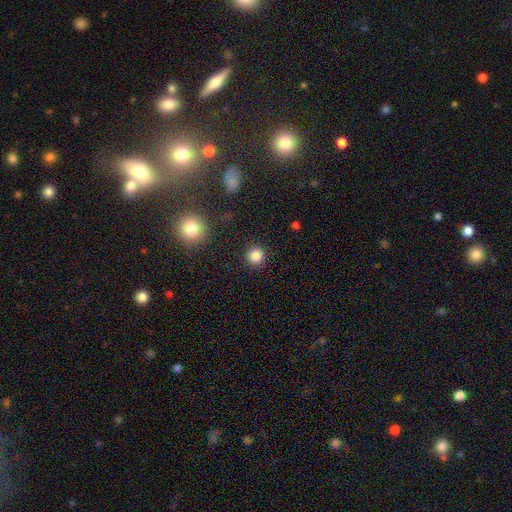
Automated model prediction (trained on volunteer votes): This is clearly a smooth galaxy (85%). How rounded: clearly round (94%). Merging: clearly none (91%).